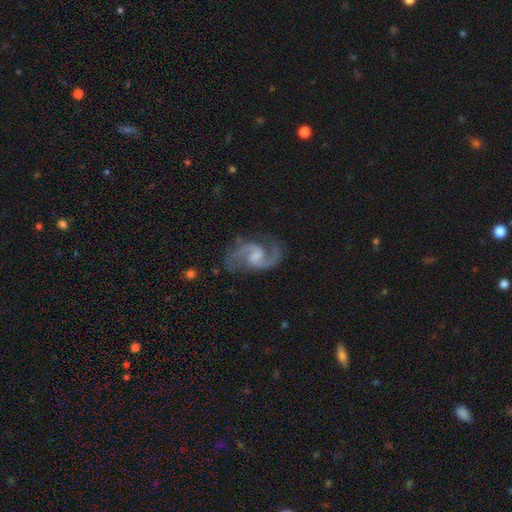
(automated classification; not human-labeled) A featured or disk galaxy (92%) with a weak bar (56%), 2 (94%) medium (62%) spiral arms (98%) and a small central bulge (34%, tied with none). Merging: none (79%).